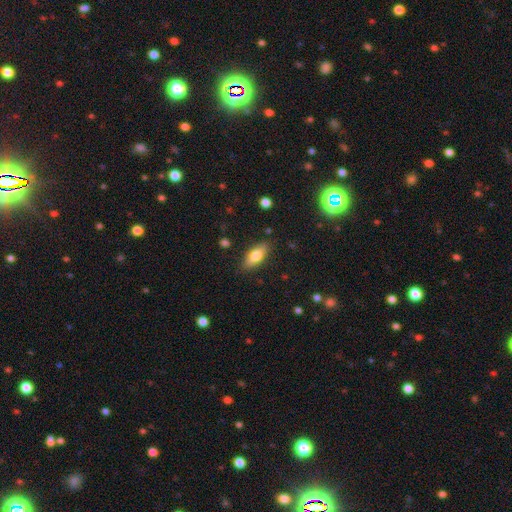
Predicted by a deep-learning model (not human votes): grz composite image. It shows a smooth galaxy with no disk features (71%) that is in between round and cigar-shaped (77%). Merging: none (85%).